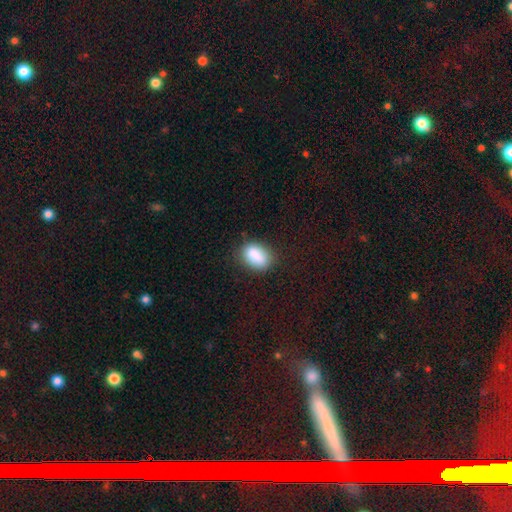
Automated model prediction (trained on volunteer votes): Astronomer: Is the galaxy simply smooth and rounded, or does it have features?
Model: smooth — 87%.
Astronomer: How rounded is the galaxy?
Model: in between — 83%.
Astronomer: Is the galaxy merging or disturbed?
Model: none — 79%.